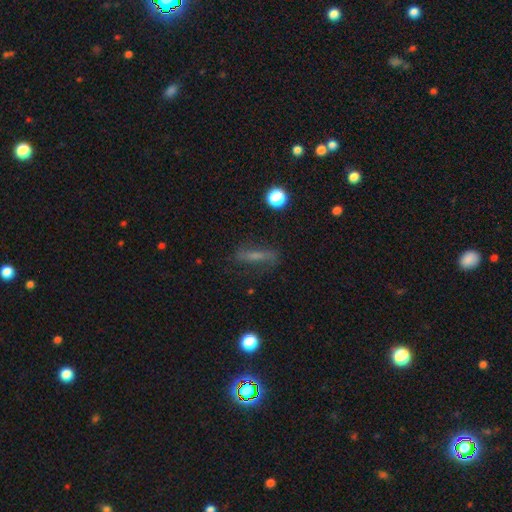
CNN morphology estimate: Smooth or featured? smooth (46%)
Merging? none (72%)